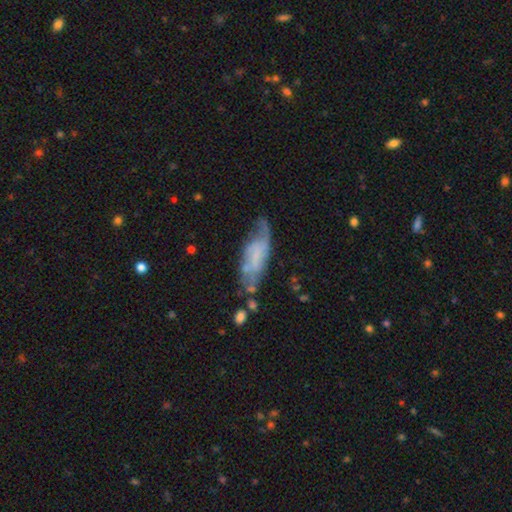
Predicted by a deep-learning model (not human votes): Morphology: type=featured or disk (57%); edge-on=no (82%); merging=none (46%).